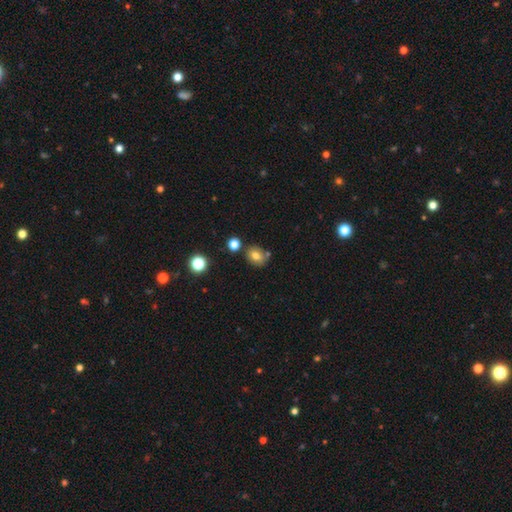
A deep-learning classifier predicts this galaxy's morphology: smooth-or-featured: smooth: 74% | star or artifact: 13% | featured or disk: 13%
  how-rounded: round: 56% | in between: 43% | cigar-shaped: 1%
  merging: none: 72% | minor disturbance: 13% | merger: 11% | major disturbance: 3%